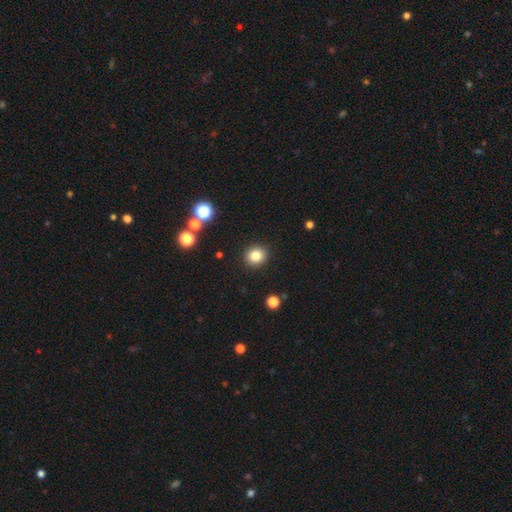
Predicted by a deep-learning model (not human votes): This is clearly a smooth galaxy (81%). How rounded: clearly round (85%). Merging: clearly none (91%).